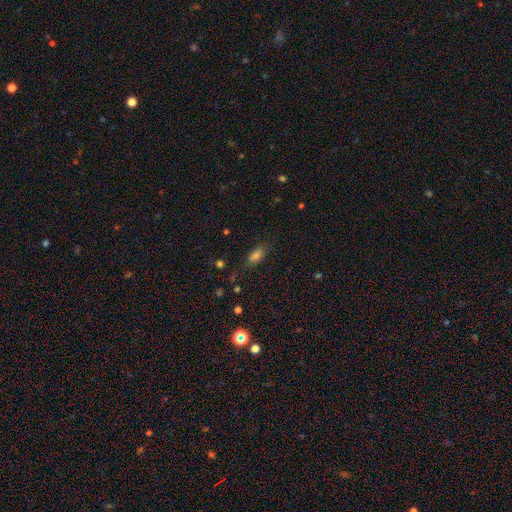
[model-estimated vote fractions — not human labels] This appears to be a smooth galaxy with no disk features (71%) that is in between round and cigar-shaped (77%). Merging: none (74%).